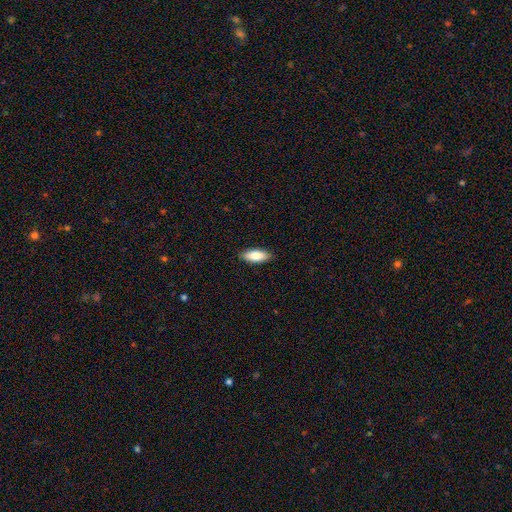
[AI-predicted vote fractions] Smooth or featured? Predicted: smooth (p=0.82). How rounded? Predicted: in between (p=0.82). Merging? Predicted: none (p=0.89).